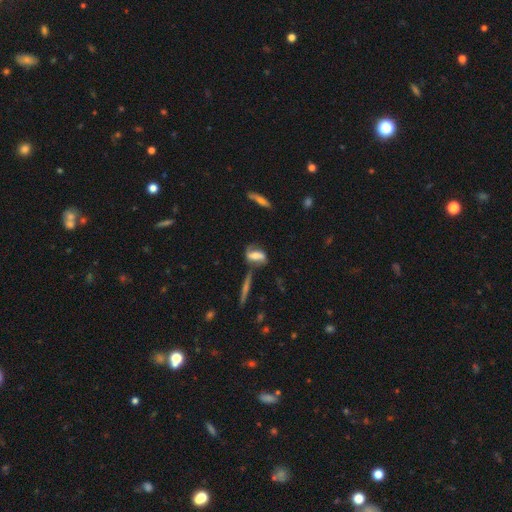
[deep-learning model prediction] Smooth or featured?
  - featured or disk: 54% *
  - smooth: 37%
  - star or artifact: 9%
Edge-on disk?
  - no: 81% *
  - yes: 19%
Merging?
  - none: 52% *
  - minor disturbance: 22%
  - merger: 15%
  - major disturbance: 12%